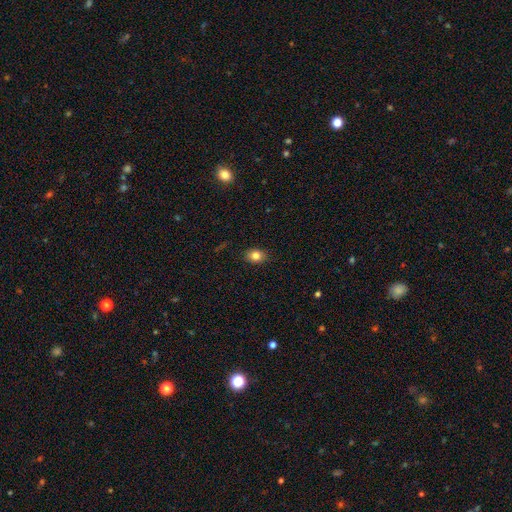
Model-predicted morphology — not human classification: A smooth galaxy with no disk features (83%) that is in between round and cigar-shaped (64%).

Vote fractions:
- Smooth or featured? smooth: 83% / star or artifact: 10% / featured or disk: 8%
- How rounded? in between: 64% / round: 35% / cigar-shaped: 1%
- Merging? none: 88% / minor disturbance: 9% / major disturbance: 2% / merger: 1%